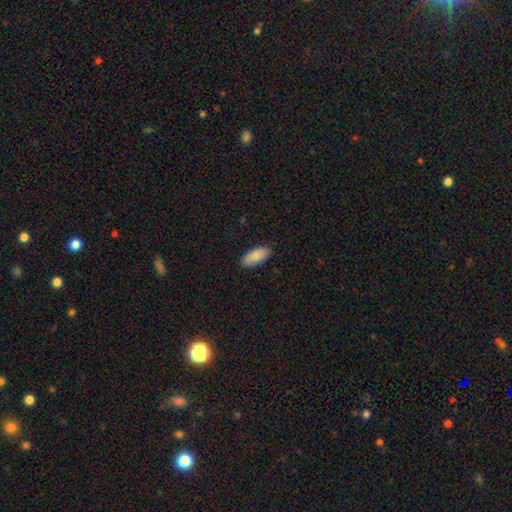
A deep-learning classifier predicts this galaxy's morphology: smooth 88%, star or artifact 6%, featured or disk 6%. Down the decision tree: how rounded — in between (89%); merging — none (88%).